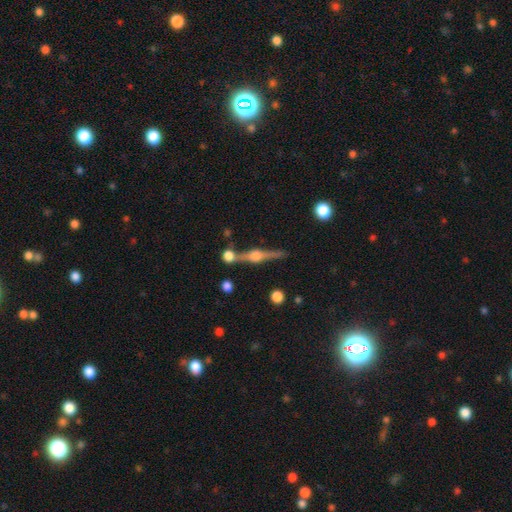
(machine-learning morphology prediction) The model was most divided on "merging": none: 75%, merger: 12%, minor disturbance: 10%, major disturbance: 3%. More confident: edge-on disk — yes (97%); edge-on bulge — rounded (91%); smooth or featured — featured or disk (82%).